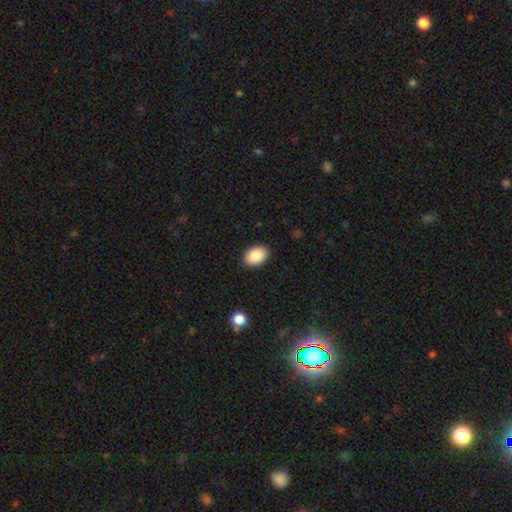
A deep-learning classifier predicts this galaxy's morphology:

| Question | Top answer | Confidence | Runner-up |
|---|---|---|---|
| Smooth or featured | smooth | 89% | star or artifact (7%) |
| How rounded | in between | 83% | round (16%) |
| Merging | none | 89% | minor disturbance (8%) |